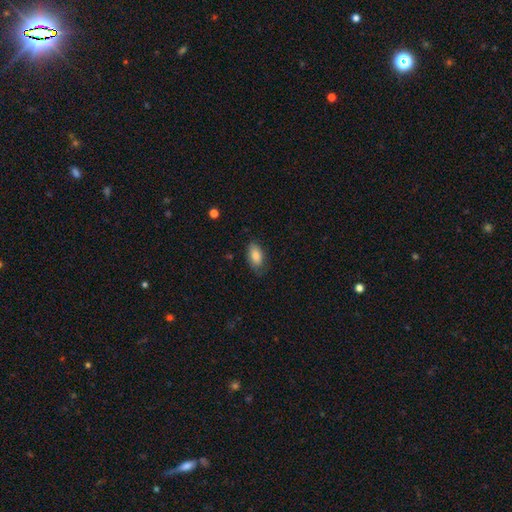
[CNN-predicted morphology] smooth-or-featured: smooth: 83% | featured or disk: 10% | star or artifact: 7%
  how-rounded: in between: 92% | cigar-shaped: 4% | round: 4%
  merging: none: 69% | minor disturbance: 24% | major disturbance: 6% | merger: 1%